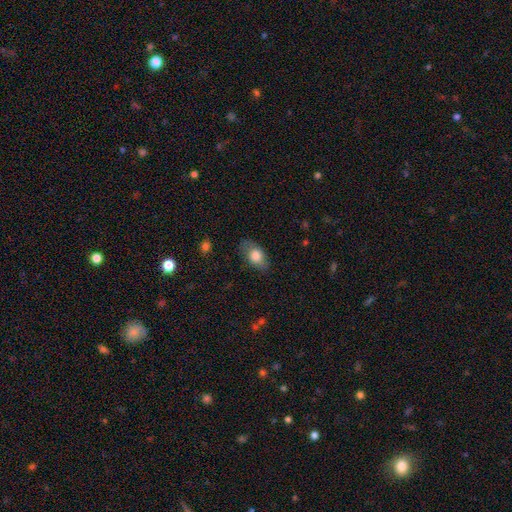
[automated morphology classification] A smooth galaxy with no disk features (77%) that is in between round and cigar-shaped (88%).

Vote fractions:
- Smooth or featured? smooth: 77% / featured or disk: 16% / star or artifact: 7%
- How rounded? in between: 88% / round: 9% / cigar-shaped: 3%
- Merging? none: 73% / minor disturbance: 20% / major disturbance: 6% / merger: 1%